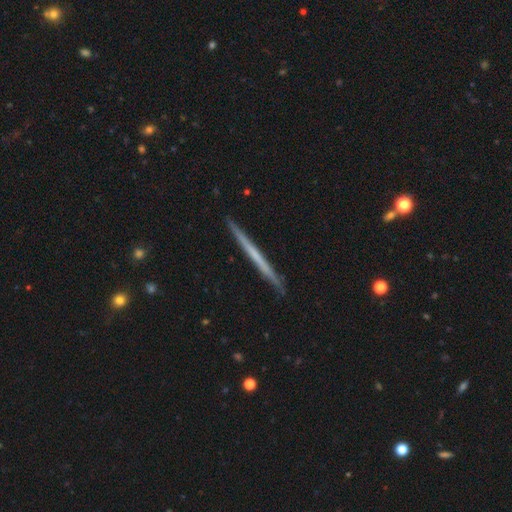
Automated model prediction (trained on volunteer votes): Q: Smooth or featured?
A: featured or disk (55%); runner-up: smooth (40%)
Q: Edge-on disk?
A: yes (98%); runner-up: no (2%)
Q: Edge-on bulge?
A: none (92%); runner-up: rounded (5%)
Q: Merging?
A: none (92%); runner-up: minor disturbance (6%)